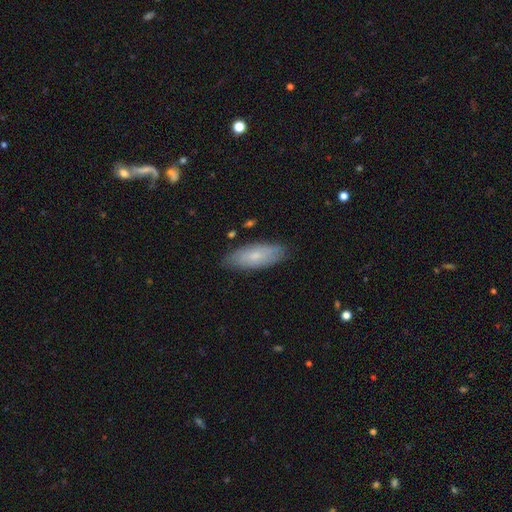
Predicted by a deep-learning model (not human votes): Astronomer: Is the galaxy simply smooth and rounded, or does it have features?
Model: smooth — 67%.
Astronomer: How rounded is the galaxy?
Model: in between — 70%.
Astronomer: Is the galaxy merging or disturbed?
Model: none — 81%.